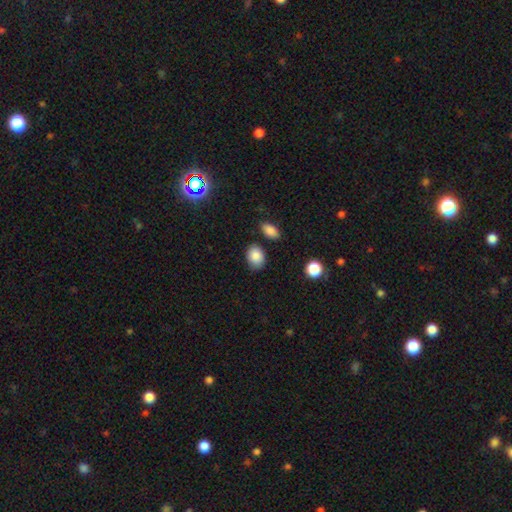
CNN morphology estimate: smooth_or_featured: smooth (p=0.87) [alt: star or artifact p=0.08]
how_rounded: in between (p=0.70) [alt: round p=0.29]
merging: none (p=0.77) [alt: minor disturbance p=0.14]